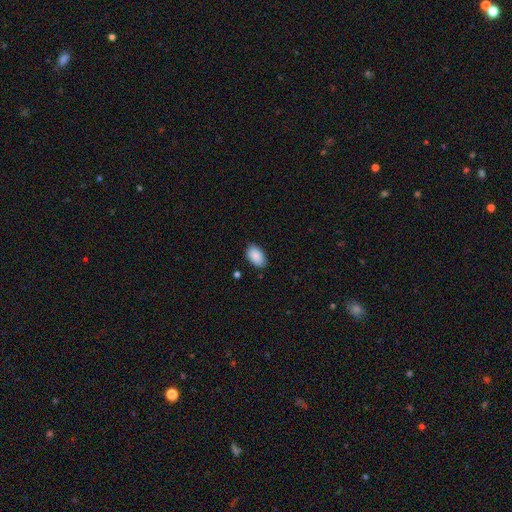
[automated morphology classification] Smooth or featured: smooth — 89% (star or artifact — 7%)
How rounded: in between — 93% (round — 6%)
Merging: none — 82% (minor disturbance — 14%)